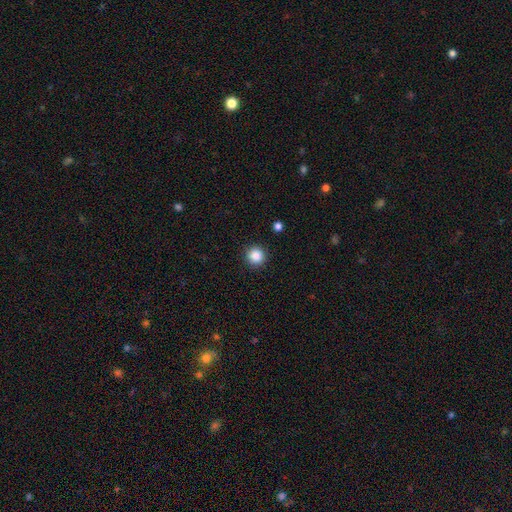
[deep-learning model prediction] Smooth or featured? smooth (86%)
How rounded? round (95%)
Merging? none (91%)